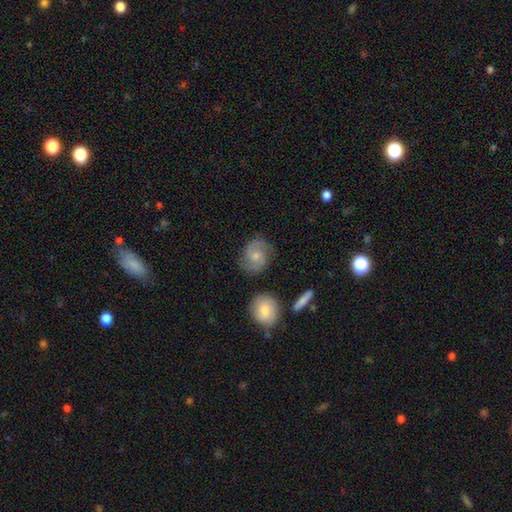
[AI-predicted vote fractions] Morphology: type=featured or disk (68%); edge-on=no (97%); bar=no (65%); spiral arms=yes (94%); winding=medium (52%); arm count=2 (88%); bulge=moderate (52%); merging=none (78%).